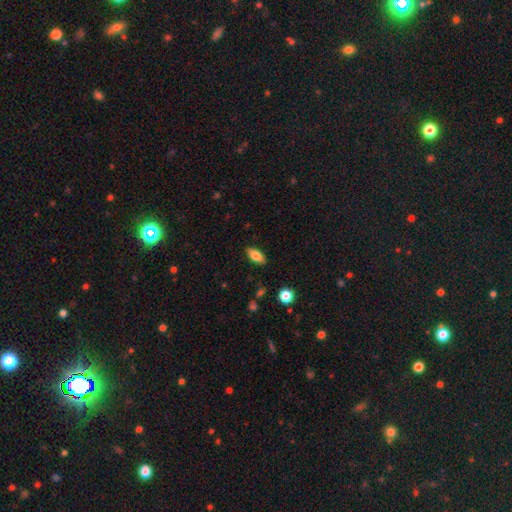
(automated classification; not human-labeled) smooth 79%, featured or disk 14%, star or artifact 8%. Down the decision tree: how rounded — in between (88%); merging — none (87%).